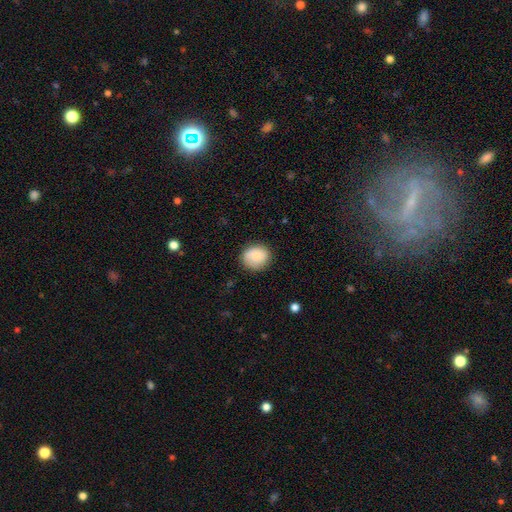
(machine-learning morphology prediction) Smooth or featured? Predicted: smooth (p=0.83). How rounded? Predicted: round (p=0.77). Merging? Predicted: none (p=0.82).